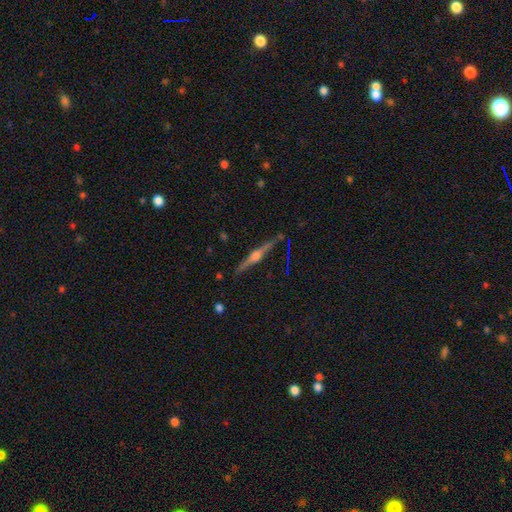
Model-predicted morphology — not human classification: Overall: featured or disk (85%). Edge-on disk: yes (98%). Edge-on bulge: rounded (92%). Merging: none (89%).